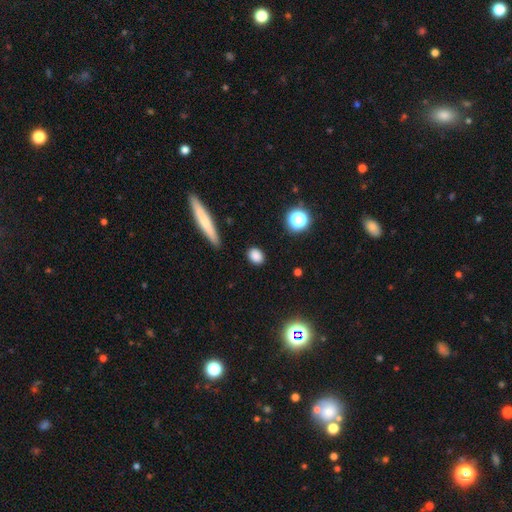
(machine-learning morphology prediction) A smooth galaxy with no disk features (83%) that is in between round and cigar-shaped (52%). Merging: none (87%).